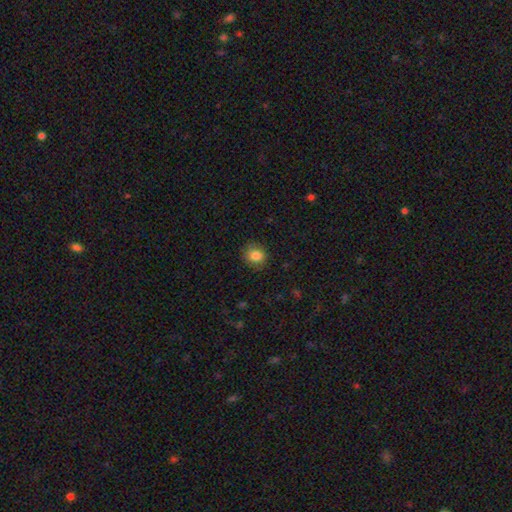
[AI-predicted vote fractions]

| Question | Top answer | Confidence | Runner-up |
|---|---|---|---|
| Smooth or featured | smooth | 84% | star or artifact (10%) |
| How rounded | round | 79% | in between (20%) |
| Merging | none | 87% | minor disturbance (9%) |